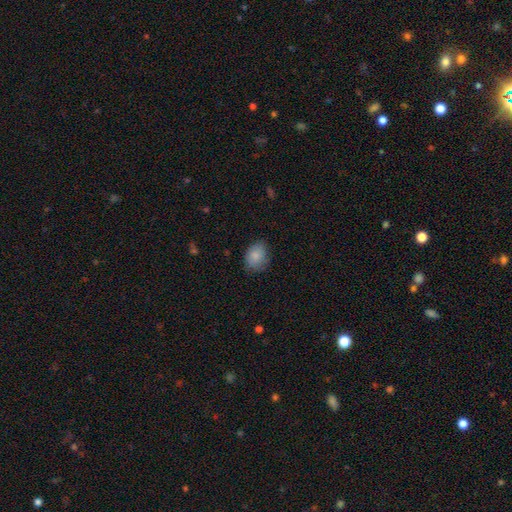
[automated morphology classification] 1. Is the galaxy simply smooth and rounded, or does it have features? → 84% smooth, 8% featured or disk, 7% star or artifact.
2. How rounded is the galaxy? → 62% in between, 37% round, 1% cigar-shaped.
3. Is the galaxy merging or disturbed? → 73% none, 21% minor disturbance, 5% major disturbance, 1% merger.